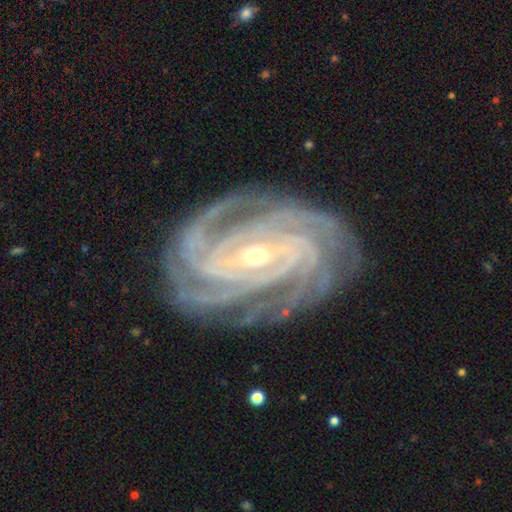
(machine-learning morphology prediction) featured or disk 93%, star or artifact 4%, smooth 3%. Down the decision tree: edge-on disk — no (97%); bar — strong (39%); spiral arms — yes (99%); spiral arm count — 4 (37%); spiral winding — tight (82%); bulge size — small (56%); merging — none (84%).